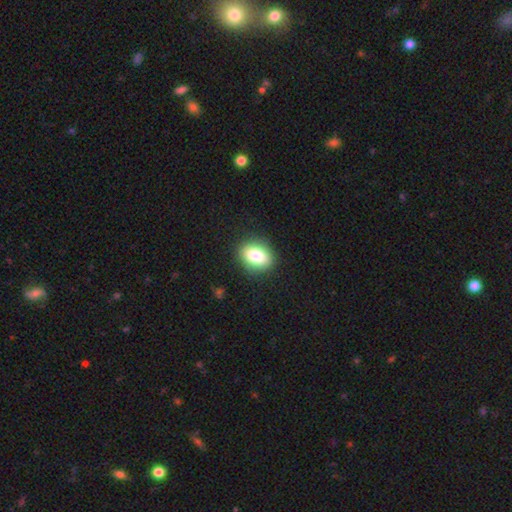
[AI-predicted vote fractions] Overall: smooth (81%). How rounded: in between (70%). Merging: none (88%).